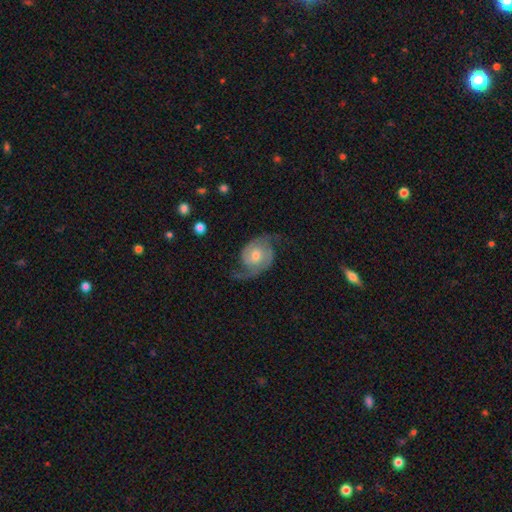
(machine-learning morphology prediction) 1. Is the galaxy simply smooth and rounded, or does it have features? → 86% featured or disk, 9% smooth, 5% star or artifact.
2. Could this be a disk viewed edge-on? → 97% no, 3% yes.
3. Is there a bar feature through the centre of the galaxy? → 67% no, 28% weak, 5% strong.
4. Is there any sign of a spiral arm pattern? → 96% yes, 4% no.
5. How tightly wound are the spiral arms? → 46% medium, 28% tight, 26% loose.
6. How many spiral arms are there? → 90% 2, 3% can't tell, 3% 1, 2% 3, 1% 4, 1% more than 4.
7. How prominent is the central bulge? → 63% moderate, 29% small, 5% large, 2% none, 1% dominant.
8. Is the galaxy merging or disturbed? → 69% none, 18% minor disturbance, 11% major disturbance, 1% merger.